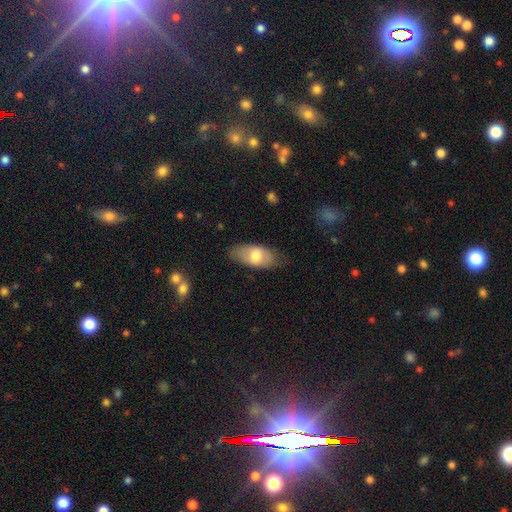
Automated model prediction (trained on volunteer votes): Q: Smooth or featured?
A: smooth (69%); runner-up: featured or disk (25%)
Q: How rounded?
A: in between (89%); runner-up: cigar-shaped (8%)
Q: Merging?
A: none (75%); runner-up: minor disturbance (19%)